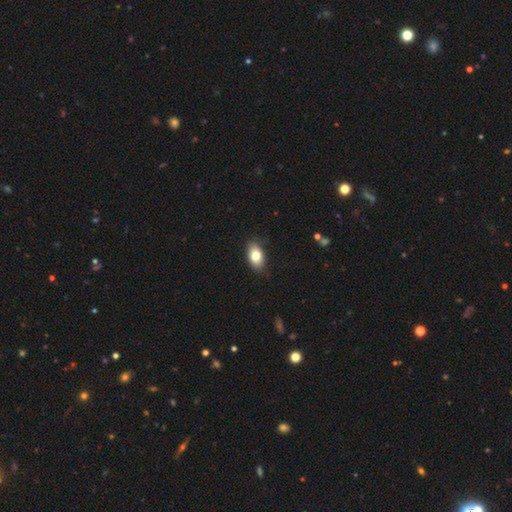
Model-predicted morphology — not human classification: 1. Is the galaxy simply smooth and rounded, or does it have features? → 79% smooth, 13% featured or disk, 8% star or artifact.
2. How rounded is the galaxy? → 90% in between, 8% round, 2% cigar-shaped.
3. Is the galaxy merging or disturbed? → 85% none, 12% minor disturbance, 2% major disturbance, 1% merger.